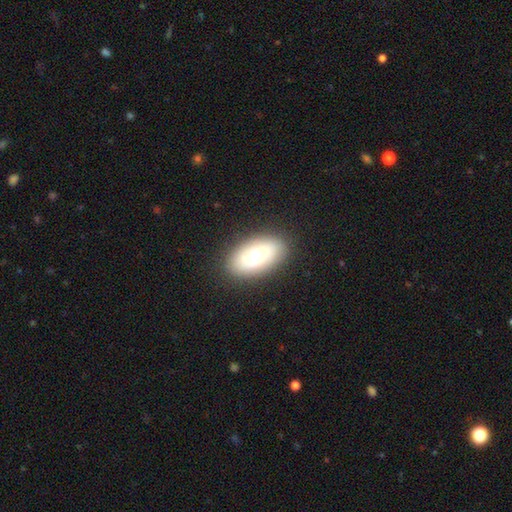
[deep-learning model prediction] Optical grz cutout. It shows a smooth galaxy with no disk features (62%) that is in between round and cigar-shaped (92%). Merging: none (87%).